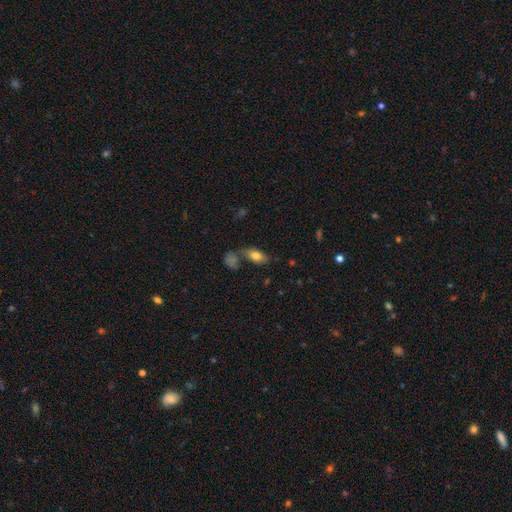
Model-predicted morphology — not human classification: smooth 75%, featured or disk 16%, star or artifact 8%. Down the decision tree: how rounded — in between (89%); merging — none (54%).